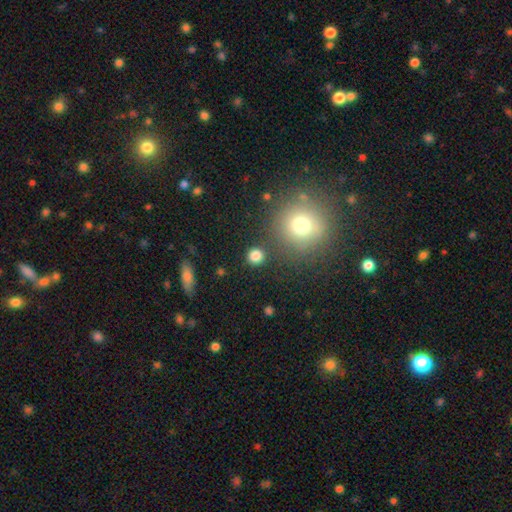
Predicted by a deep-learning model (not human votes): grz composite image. It shows a smooth galaxy with no disk features (82%) that is round (92%). Merging: none (87%).